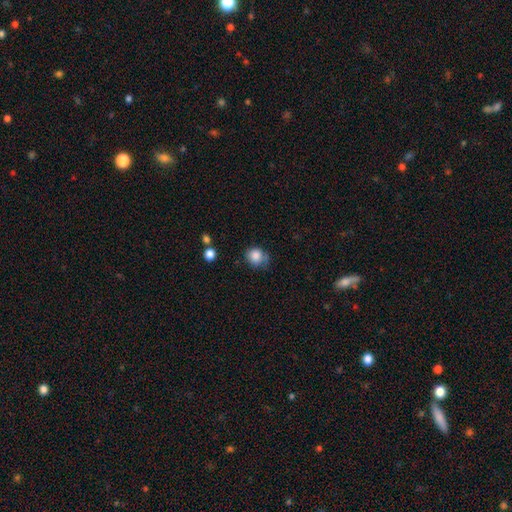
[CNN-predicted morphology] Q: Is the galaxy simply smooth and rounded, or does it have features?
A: smooth — 84%.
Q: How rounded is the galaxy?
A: round — 76%.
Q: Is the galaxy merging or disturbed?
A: none — 57%.